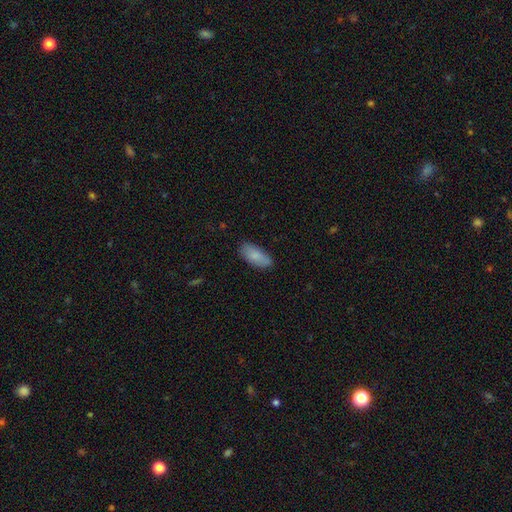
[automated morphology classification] A smooth galaxy with no disk features (86%) that is in between round and cigar-shaped (88%). Merging: none (81%).